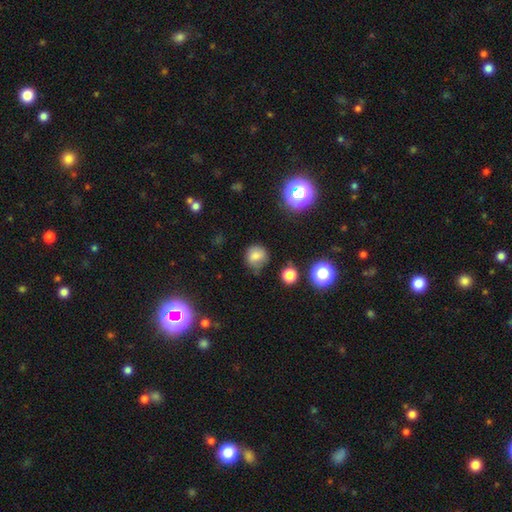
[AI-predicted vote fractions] Overall: smooth (77%). How rounded: round (82%). Merging: none (64%; minor disturbance 26%).